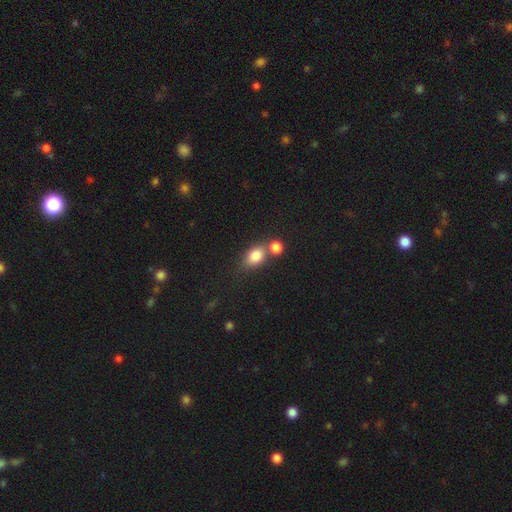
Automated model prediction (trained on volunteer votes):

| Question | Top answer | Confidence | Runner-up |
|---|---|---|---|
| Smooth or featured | smooth | 82% | star or artifact (10%) |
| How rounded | in between | 72% | round (26%) |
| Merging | merger | 43% | none (42%) |